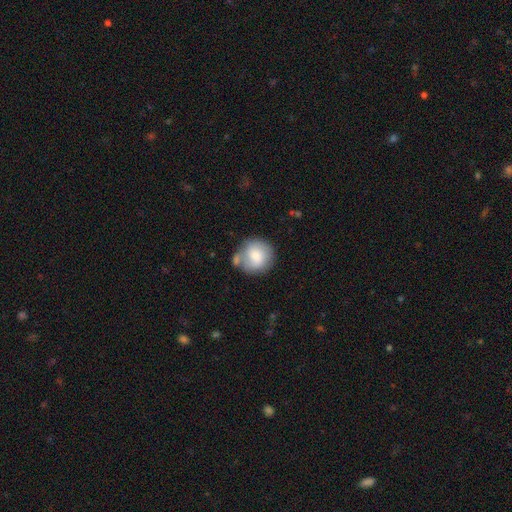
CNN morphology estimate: Overall: smooth (69%). How rounded: round (90%). Merging: none (60%).